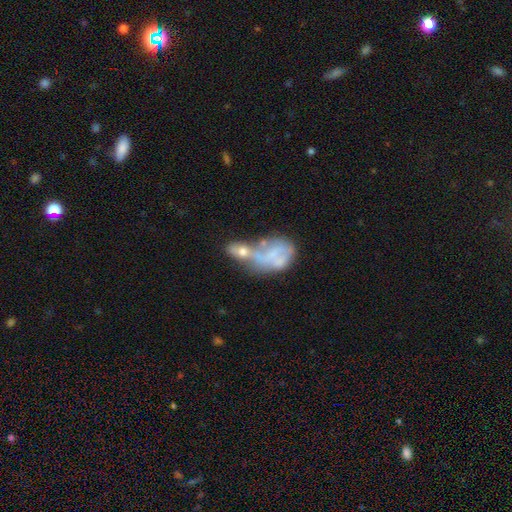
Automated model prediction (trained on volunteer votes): This appears to be a featured or disk galaxy (52%). Merging: merger (59%).